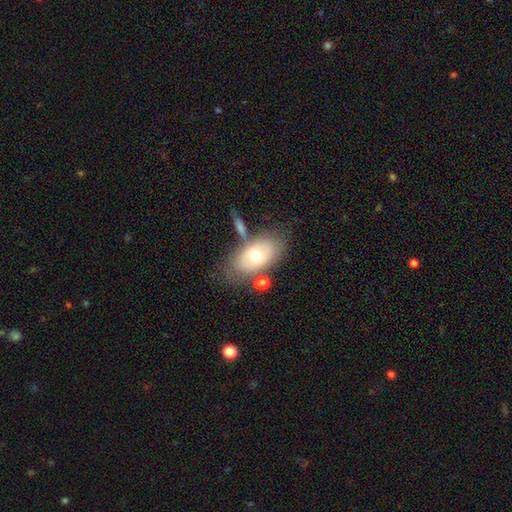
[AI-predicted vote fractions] This appears to be a smooth galaxy with no disk features (61%) that is in between round and cigar-shaped (90%). Merging: none (63%).